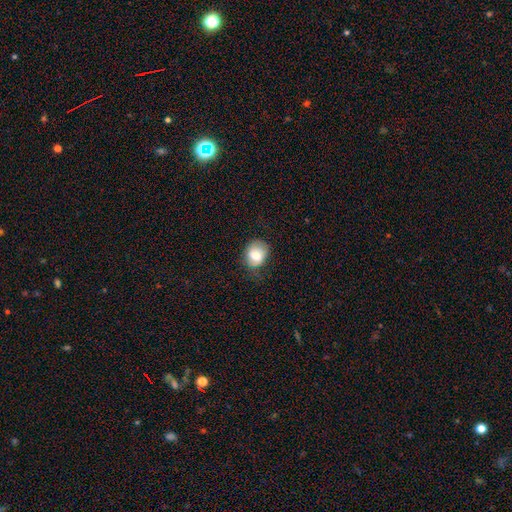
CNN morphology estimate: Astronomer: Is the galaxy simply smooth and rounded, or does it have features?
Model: smooth — 74%.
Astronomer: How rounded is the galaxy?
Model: round — 53% (runner-up: in between, 46%).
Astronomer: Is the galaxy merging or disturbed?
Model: none — 61%.